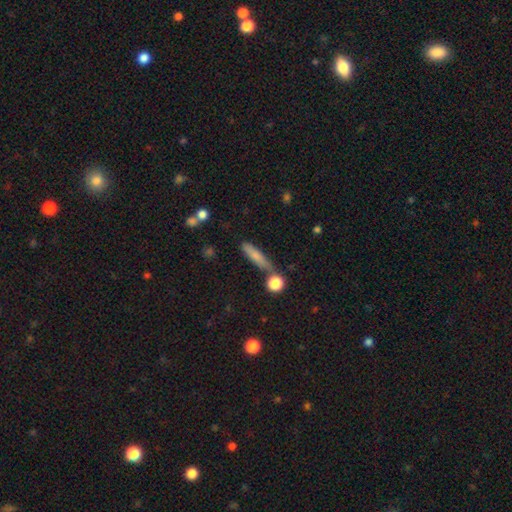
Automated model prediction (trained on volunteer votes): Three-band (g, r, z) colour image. It shows a smooth galaxy with no disk features (73%) that is cigar-shaped (80%). Merging: none (68%).